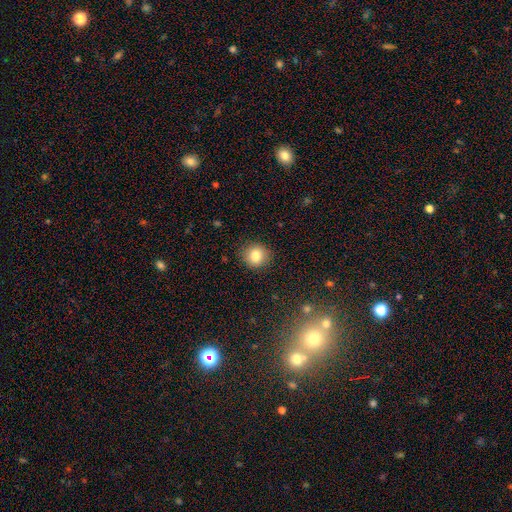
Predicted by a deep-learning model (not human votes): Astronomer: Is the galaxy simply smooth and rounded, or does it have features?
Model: smooth — 82%.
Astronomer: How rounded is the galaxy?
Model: round — 86%.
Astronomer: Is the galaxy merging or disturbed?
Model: none — 90%.